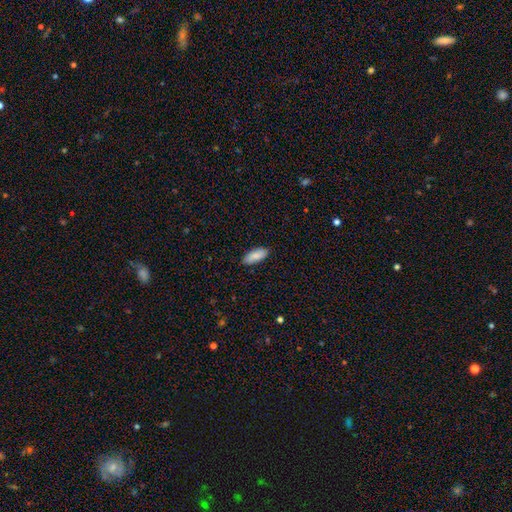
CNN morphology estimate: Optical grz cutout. It shows a smooth galaxy with no disk features (85%) that is in between round and cigar-shaped (83%). Merging: none (86%).